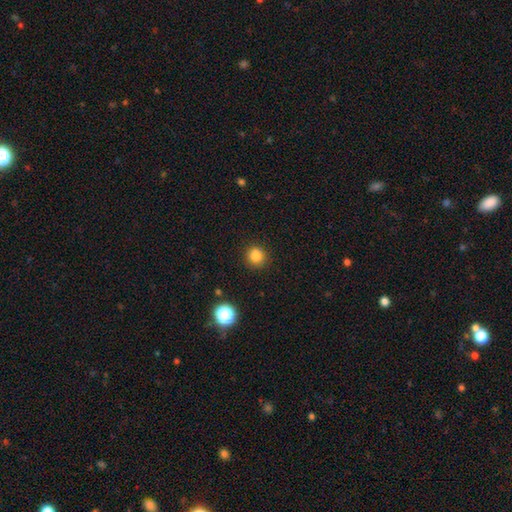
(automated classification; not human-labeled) smooth-or-featured: smooth: 83% | star or artifact: 13% | featured or disk: 4%
  how-rounded: round: 90% | in between: 9% | cigar-shaped: 1%
  merging: none: 88% | minor disturbance: 8% | major disturbance: 2% | merger: 2%